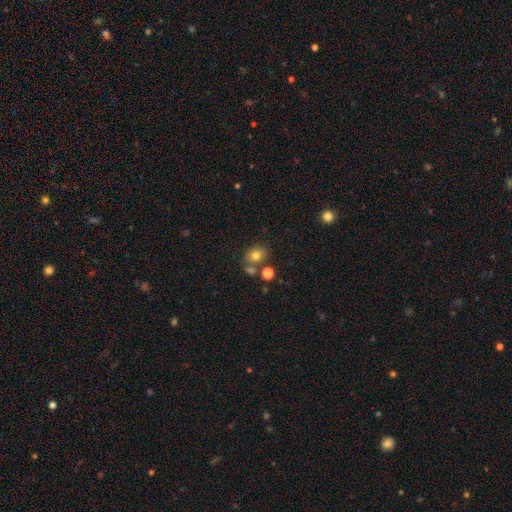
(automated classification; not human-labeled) This is likely a smooth galaxy (76%). How rounded: possibly round (59%). Merging: likely none (64%).